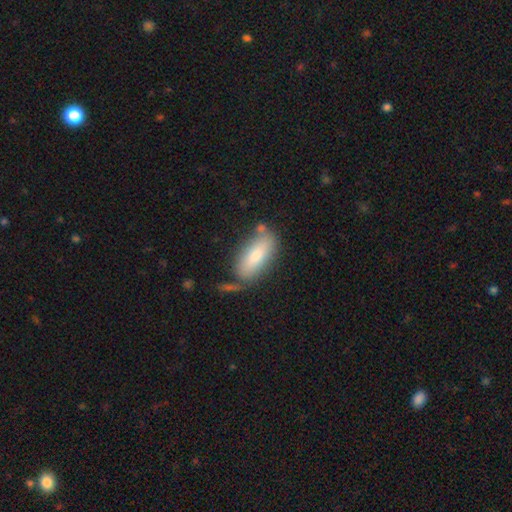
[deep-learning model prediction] Smooth or featured?
  - smooth: 77% *
  - featured or disk: 17%
  - star or artifact: 6%
How rounded?
  - in between: 84% *
  - cigar-shaped: 14%
  - round: 3%
Merging?
  - none: 66% *
  - minor disturbance: 18%
  - merger: 10%
  - major disturbance: 6%